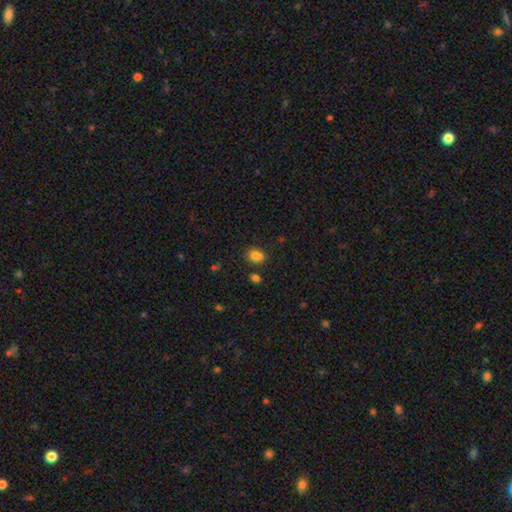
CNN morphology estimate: The model was most divided on "how rounded": in between: 63%, round: 35%, cigar-shaped: 1%. More confident: smooth or featured — smooth (79%); merging — none (66%).